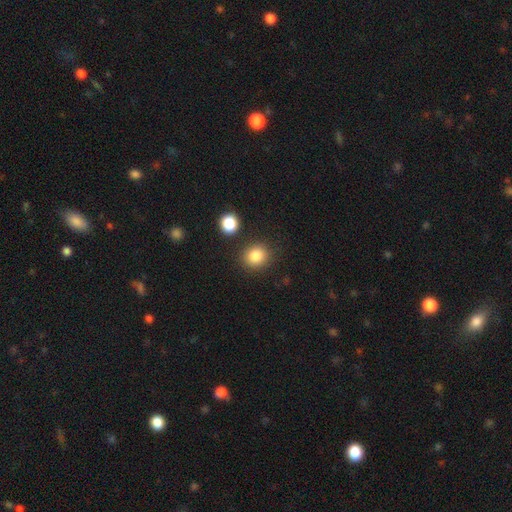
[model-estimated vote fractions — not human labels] A smooth galaxy with no disk features (84%) that is round (78%). Merging: none (84%).